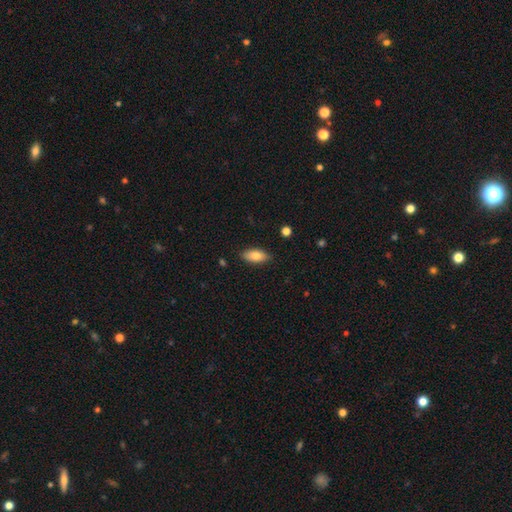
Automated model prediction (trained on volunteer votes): smooth_or_featured: smooth (p=0.79) [alt: featured or disk p=0.14]
how_rounded: in between (p=0.87) [alt: cigar-shaped p=0.11]
merging: none (p=0.85) [alt: minor disturbance p=0.11]